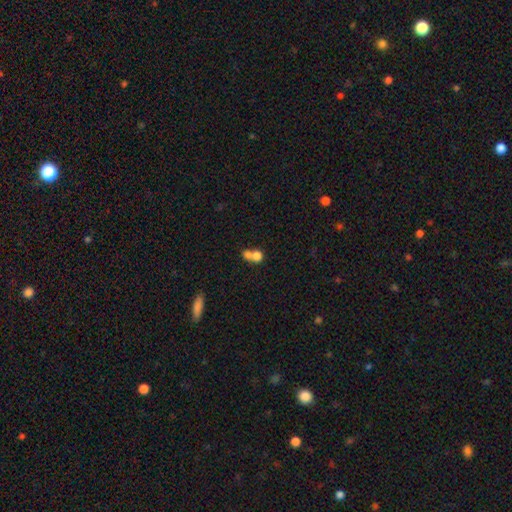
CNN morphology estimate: Q: Smooth or featured?
A: smooth (74%); runner-up: featured or disk (16%)
Q: How rounded?
A: round (68%); runner-up: in between (30%)
Q: Merging?
A: merger (68%); runner-up: none (23%)